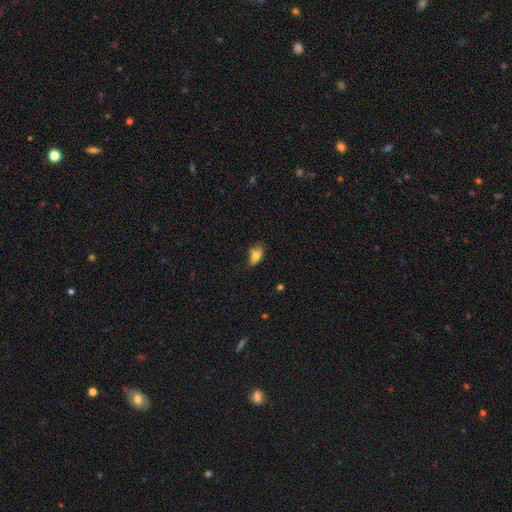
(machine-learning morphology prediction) This is likely a smooth galaxy (76%). How rounded: clearly in between (86%). Merging: possibly none (51%).